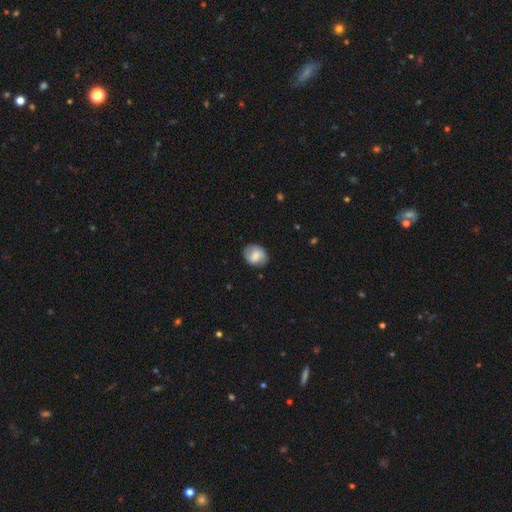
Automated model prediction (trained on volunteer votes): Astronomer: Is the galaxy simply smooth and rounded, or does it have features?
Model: smooth — 69%.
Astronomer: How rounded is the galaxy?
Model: round — 54% (runner-up: in between, 45%).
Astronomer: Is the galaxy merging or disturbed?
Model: none — 80%.